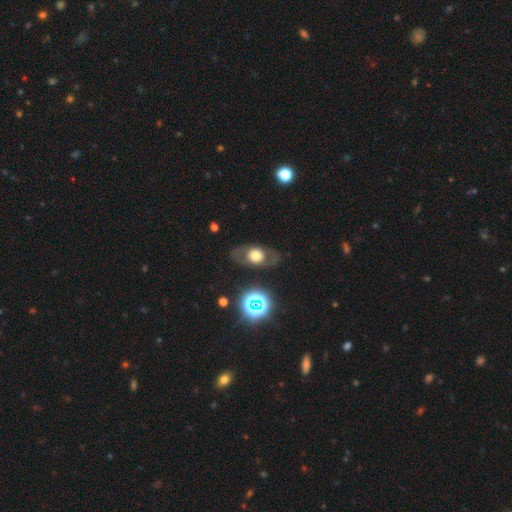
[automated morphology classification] A featured or disk galaxy (48%).

Vote fractions:
- Smooth or featured? featured or disk: 48% / smooth: 42% / star or artifact: 10%
- Merging? none: 78% / minor disturbance: 12% / major disturbance: 8% / merger: 2%